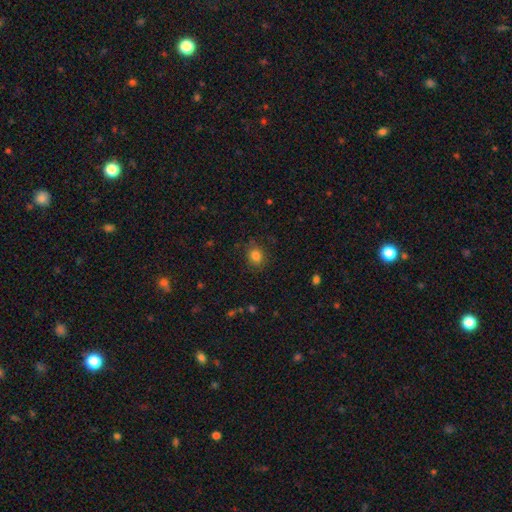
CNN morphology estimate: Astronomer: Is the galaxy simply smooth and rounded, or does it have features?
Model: smooth — 82%.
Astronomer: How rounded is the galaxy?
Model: round — 58% (runner-up: in between, 41%).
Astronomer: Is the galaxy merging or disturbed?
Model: none — 83%.